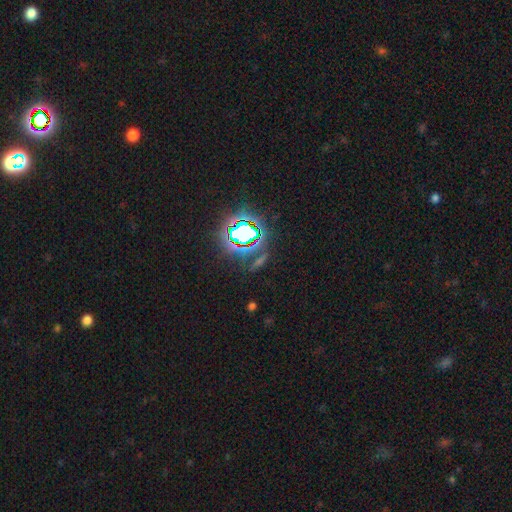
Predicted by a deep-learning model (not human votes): Smooth or featured? star or artifact (81%)